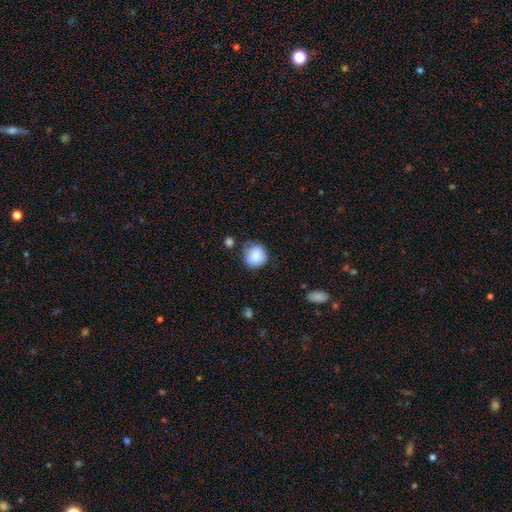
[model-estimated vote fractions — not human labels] A smooth galaxy with no disk features (84%) that is round (88%).

Vote fractions:
- Smooth or featured? smooth: 84% / featured or disk: 8% / star or artifact: 8%
- How rounded? round: 88% / in between: 11% / cigar-shaped: 1%
- Merging? none: 63% / minor disturbance: 26% / major disturbance: 7% / merger: 4%